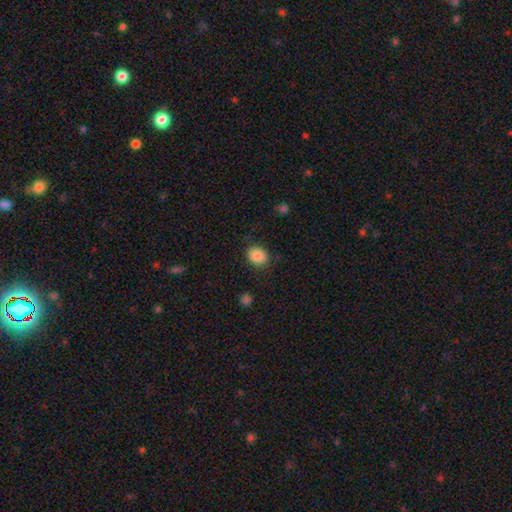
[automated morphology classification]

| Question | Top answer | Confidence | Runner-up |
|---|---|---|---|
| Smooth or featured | smooth | 86% | star or artifact (9%) |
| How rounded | round | 59% | in between (41%) |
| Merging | none | 85% | minor disturbance (11%) |